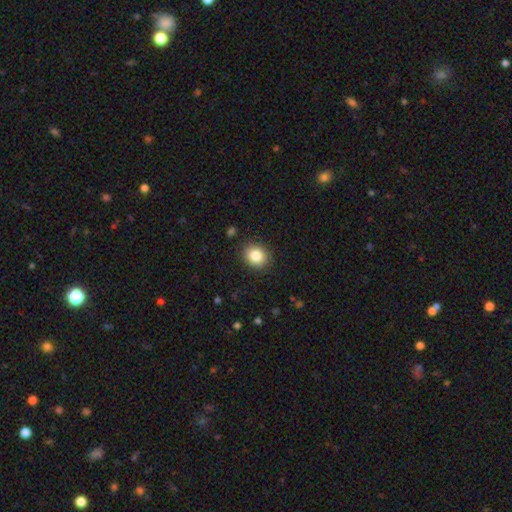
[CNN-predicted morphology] This is clearly a smooth galaxy (84%). How rounded: likely round (72%). Merging: clearly none (89%).